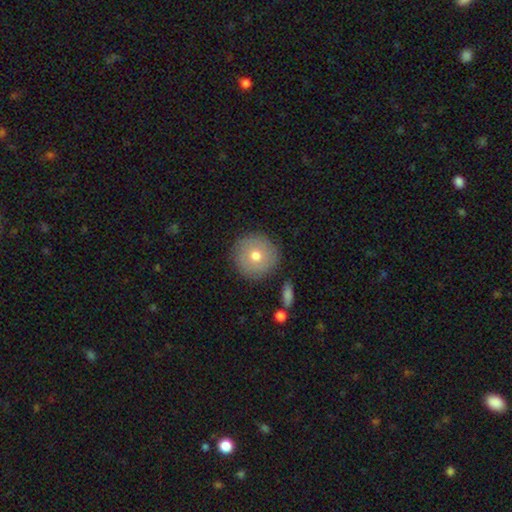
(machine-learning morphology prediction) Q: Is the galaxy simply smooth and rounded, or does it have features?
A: smooth — 71%.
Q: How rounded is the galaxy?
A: round — 96%.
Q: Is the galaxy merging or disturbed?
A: none — 87%.